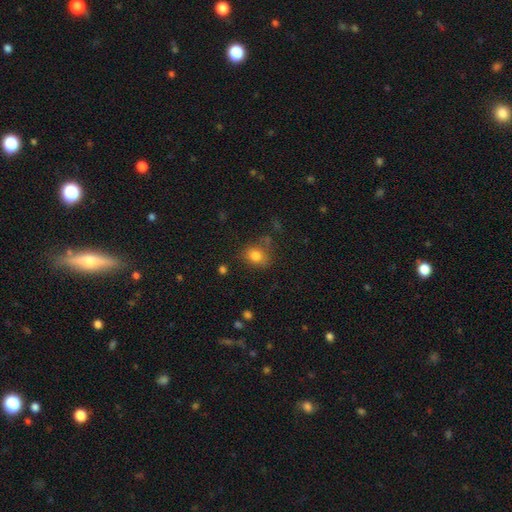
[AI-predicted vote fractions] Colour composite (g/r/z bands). It shows a smooth galaxy with no disk features (80%) that is round (57%). Merging: none (68%).